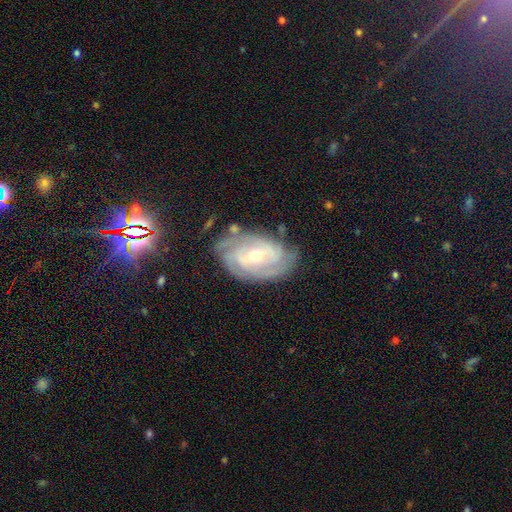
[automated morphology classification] Smooth or featured? featured or disk (87%)
Edge-on disk? no (96%)
Bar? no (47%)
Spiral arms? yes (96%)
Spiral winding? tight (72%)
Spiral arm count? 3 (28%)
Bulge size? moderate (51%)
Merging? none (73%)